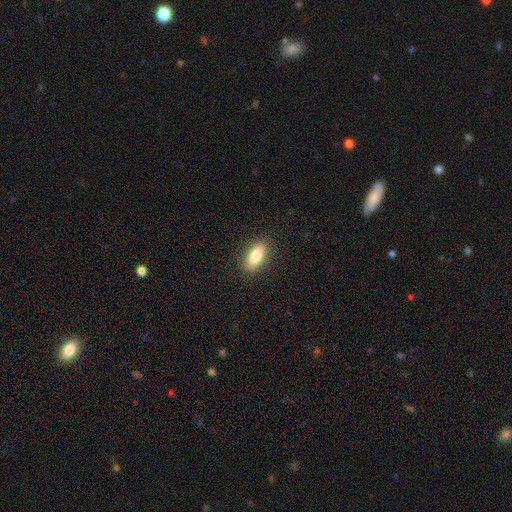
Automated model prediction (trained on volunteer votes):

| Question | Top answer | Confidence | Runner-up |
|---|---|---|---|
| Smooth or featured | smooth | 77% | featured or disk (16%) |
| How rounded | in between | 77% | cigar-shaped (19%) |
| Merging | none | 88% | minor disturbance (9%) |